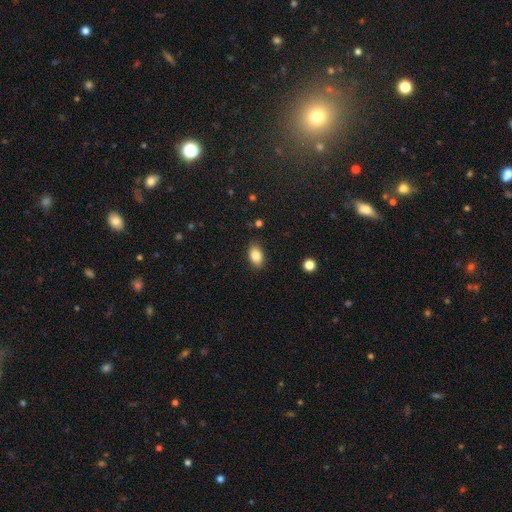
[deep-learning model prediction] This appears to be a smooth galaxy with no disk features (86%) that is in between round and cigar-shaped (89%). Merging: none (86%).